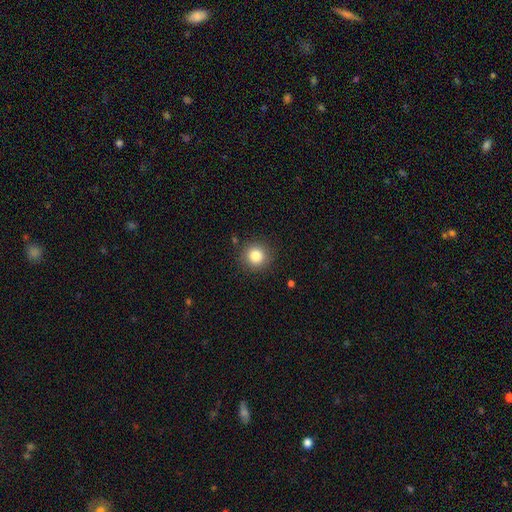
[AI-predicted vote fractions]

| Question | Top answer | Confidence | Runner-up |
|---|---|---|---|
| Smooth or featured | smooth | 83% | star or artifact (11%) |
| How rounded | round | 93% | in between (6%) |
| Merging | none | 89% | minor disturbance (7%) |